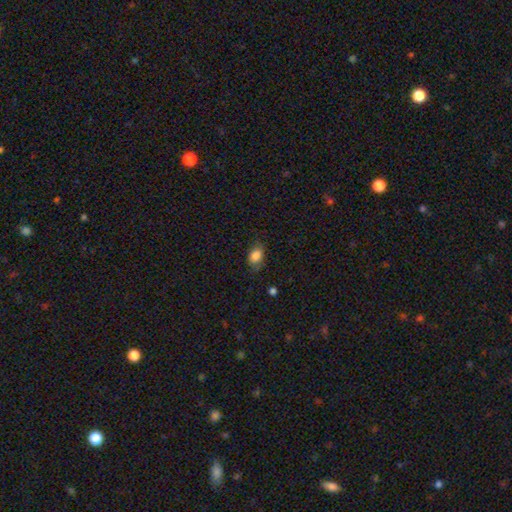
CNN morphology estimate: Smooth or featured: smooth — 82% (featured or disk — 9%)
How rounded: in between — 81% (round — 18%)
Merging: none — 69% (minor disturbance — 24%)